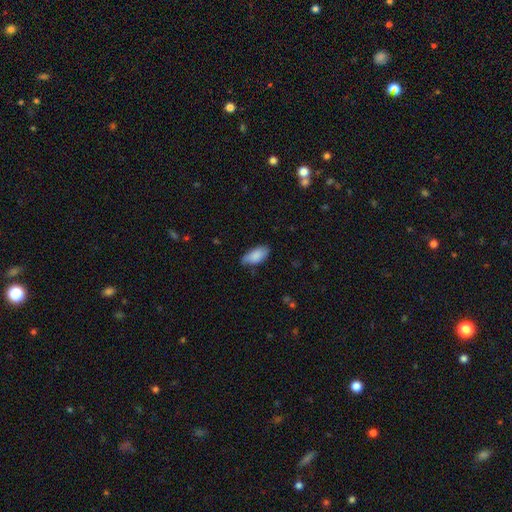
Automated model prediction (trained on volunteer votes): Morphology: type=smooth (87%); roundness=in between (92%); merging=none (71%).